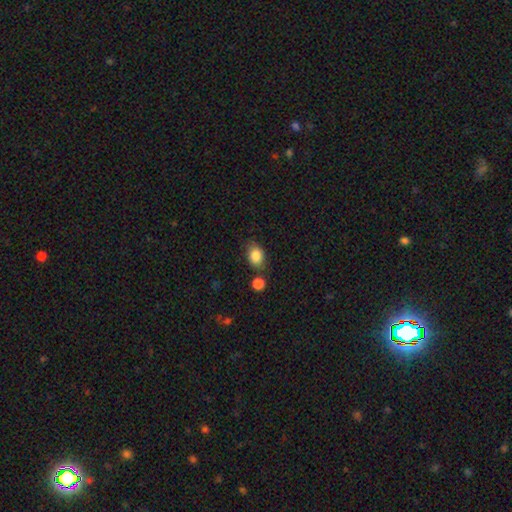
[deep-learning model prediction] The model was most divided on "how rounded": in between: 72%, round: 27%, cigar-shaped: 1%. More confident: smooth or featured — smooth (85%); merging — none (70%).